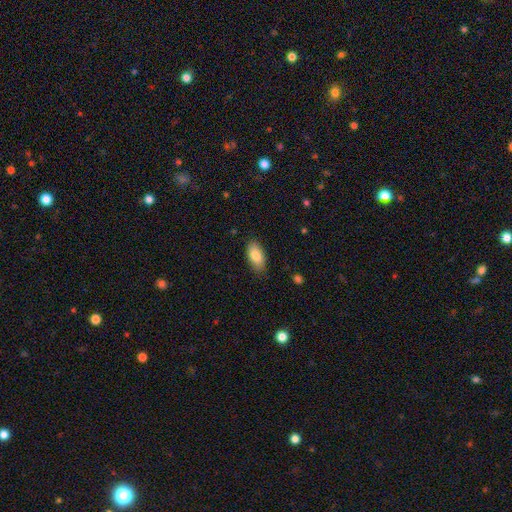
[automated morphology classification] Smooth or featured?
  - smooth: 84% *
  - featured or disk: 10%
  - star or artifact: 6%
How rounded?
  - in between: 92% *
  - cigar-shaped: 5%
  - round: 3%
Merging?
  - none: 85% *
  - minor disturbance: 11%
  - major disturbance: 2%
  - merger: 1%